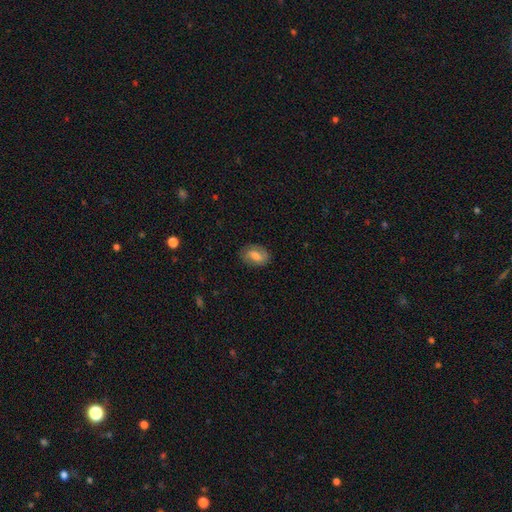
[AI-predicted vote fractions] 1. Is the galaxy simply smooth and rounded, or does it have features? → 59% smooth, 33% featured or disk, 9% star or artifact.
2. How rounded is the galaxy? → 80% in between, 18% round, 2% cigar-shaped.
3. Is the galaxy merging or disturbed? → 80% none, 15% minor disturbance, 4% major disturbance, 1% merger.